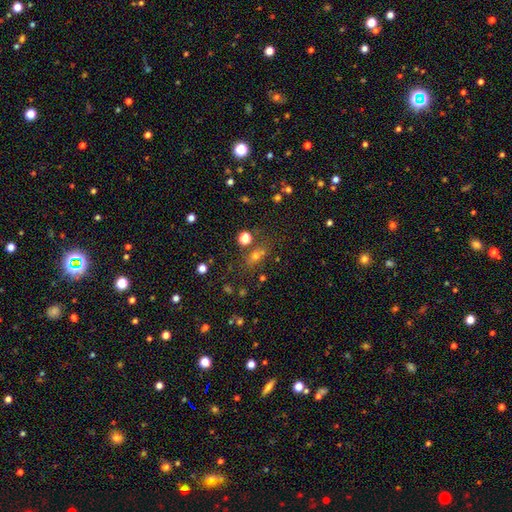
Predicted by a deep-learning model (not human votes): The model was most divided on "how rounded": in between: 49%, round: 46%, cigar-shaped: 5%. More confident: merging — none (66%); smooth or featured — smooth (54%).